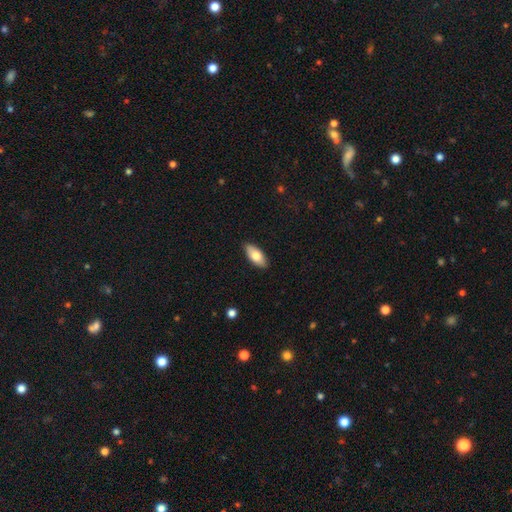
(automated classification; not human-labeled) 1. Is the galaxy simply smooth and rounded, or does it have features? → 76% smooth, 18% featured or disk, 6% star or artifact.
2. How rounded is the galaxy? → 87% in between, 11% cigar-shaped, 2% round.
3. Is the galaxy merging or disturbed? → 89% none, 9% minor disturbance, 2% major disturbance, 1% merger.